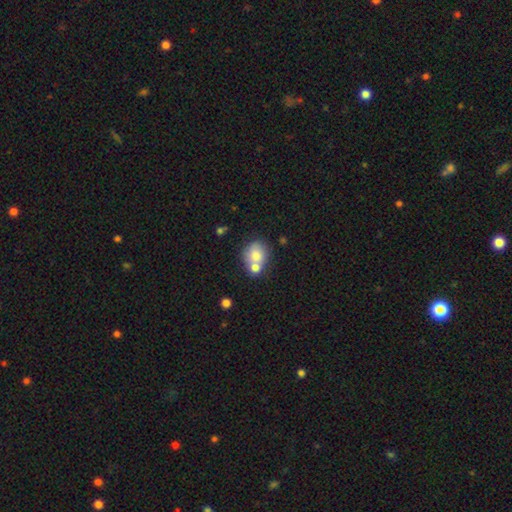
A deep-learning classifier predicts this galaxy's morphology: smooth_or_featured: smooth (p=0.75) [alt: featured or disk p=0.16]
how_rounded: round (p=0.63) [alt: in between p=0.36]
merging: merger (p=0.44) [alt: none p=0.39]